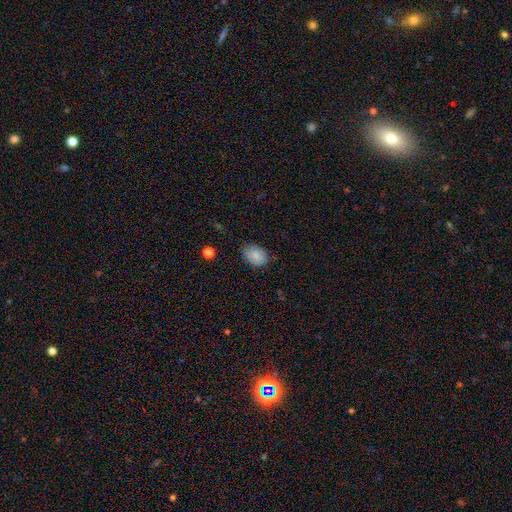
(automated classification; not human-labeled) smooth-or-featured: smooth: 84% | featured or disk: 8% | star or artifact: 8%
  how-rounded: in between: 72% | round: 27% | cigar-shaped: 1%
  merging: none: 68% | minor disturbance: 26% | major disturbance: 5% | merger: 1%